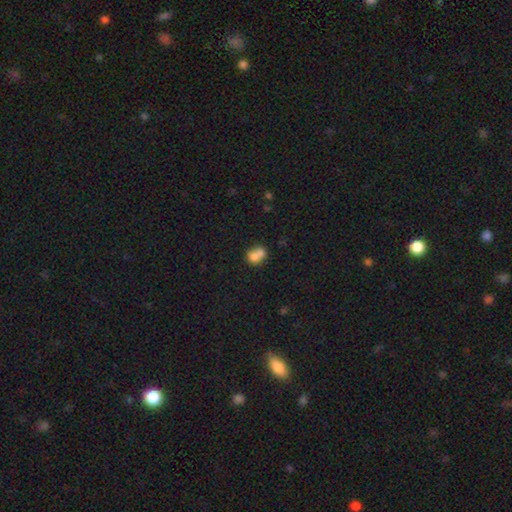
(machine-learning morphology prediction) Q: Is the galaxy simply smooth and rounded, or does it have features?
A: smooth — 71%.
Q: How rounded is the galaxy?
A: round — 56%.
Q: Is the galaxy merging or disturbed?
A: merger — 67%.